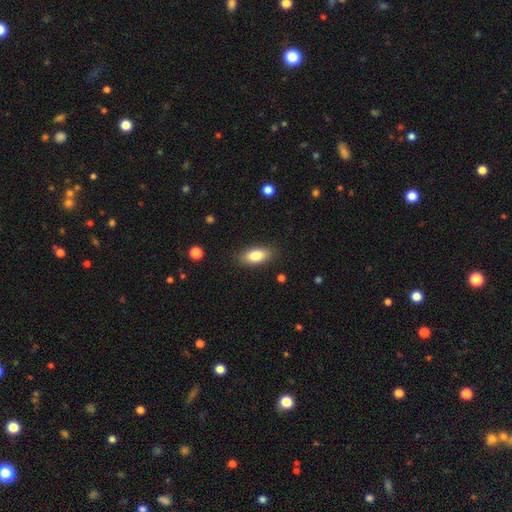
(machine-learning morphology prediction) type=smooth (83%); roundness=in between (86%); merging=none (87%).